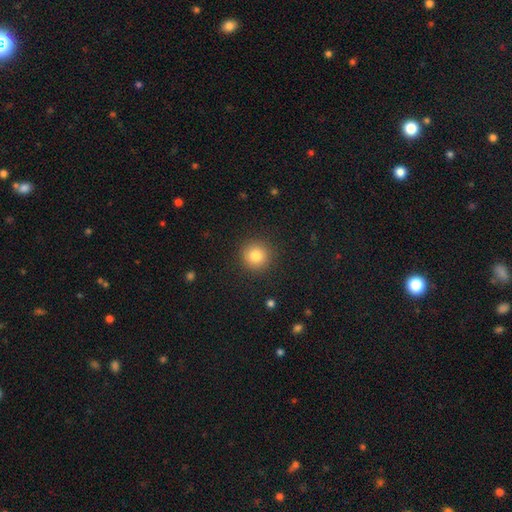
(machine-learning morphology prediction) Q: Smooth or featured?
A: smooth (82%); runner-up: star or artifact (11%)
Q: How rounded?
A: round (95%); runner-up: in between (5%)
Q: Merging?
A: none (91%); runner-up: minor disturbance (6%)